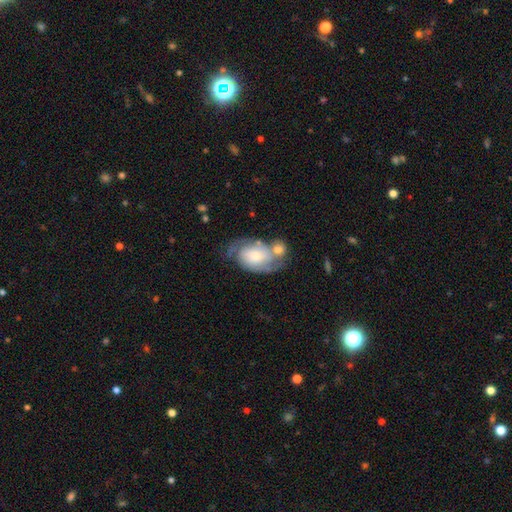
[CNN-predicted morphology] Smooth or featured? Predicted: featured or disk (p=0.61). Edge-on disk? Predicted: no (p=0.96). Bar? Predicted: no (p=0.67). Spiral arms? Predicted: yes (p=0.84). Bulge size? Predicted: small (p=0.36). Merging? Predicted: none (p=0.38).